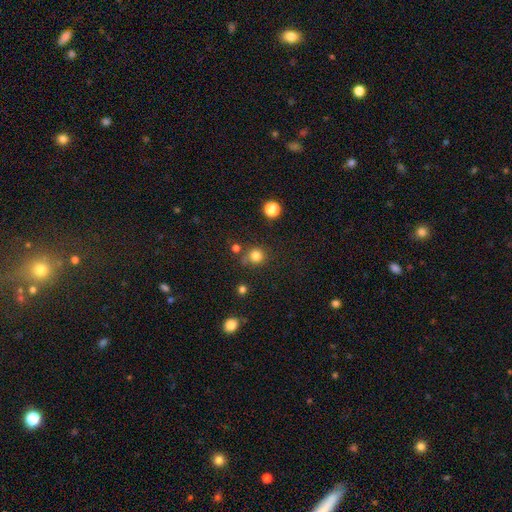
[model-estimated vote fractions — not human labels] Overall: smooth (81%). How rounded: round (92%). Merging: none (75%).